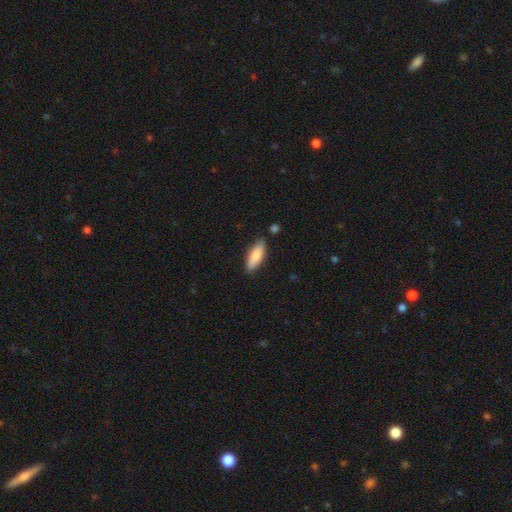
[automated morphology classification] Smooth or featured: smooth — 82% (featured or disk — 12%)
How rounded: in between — 63% (cigar-shaped — 36%)
Merging: none — 81% (minor disturbance — 13%)